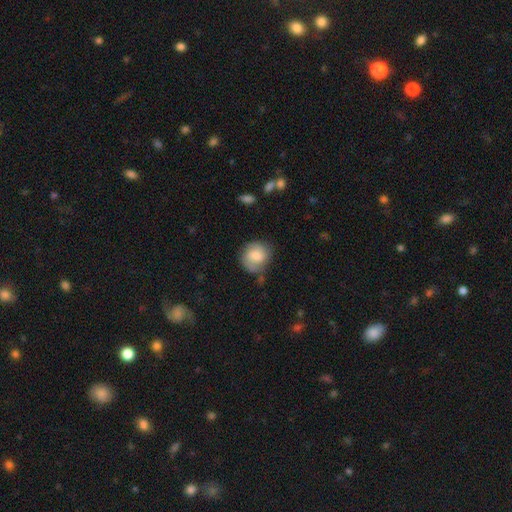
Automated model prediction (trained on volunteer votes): Q: Smooth or featured?
A: smooth (66%); runner-up: featured or disk (27%)
Q: How rounded?
A: round (77%); runner-up: in between (22%)
Q: Merging?
A: none (65%); runner-up: minor disturbance (23%)